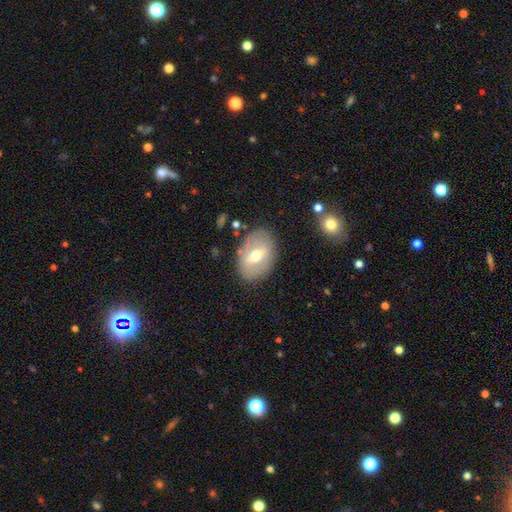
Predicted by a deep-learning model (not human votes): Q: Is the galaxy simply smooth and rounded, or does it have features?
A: featured or disk — 48%.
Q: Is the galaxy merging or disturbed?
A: none — 80%.